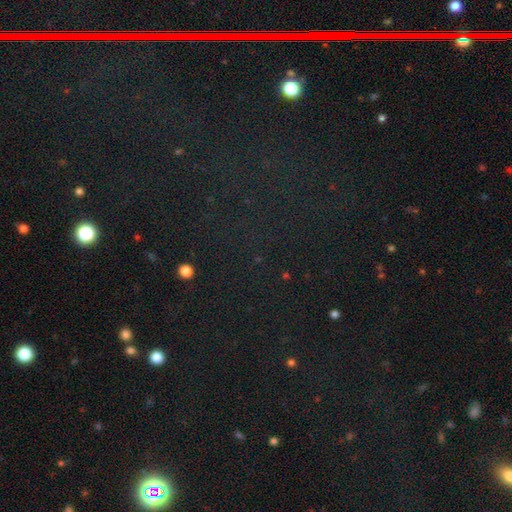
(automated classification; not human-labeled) This appears to be a star or artifact, not a galaxy (82%).